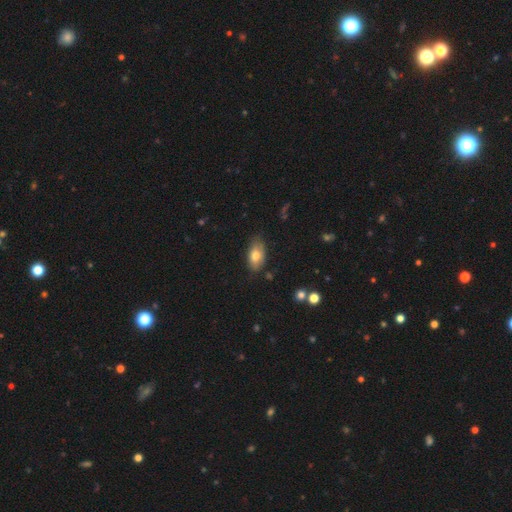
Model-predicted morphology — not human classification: Smooth or featured?
  - smooth: 76% *
  - featured or disk: 16%
  - star or artifact: 8%
How rounded?
  - in between: 91% *
  - round: 5%
  - cigar-shaped: 3%
Merging?
  - none: 75% *
  - minor disturbance: 20%
  - major disturbance: 3%
  - merger: 2%